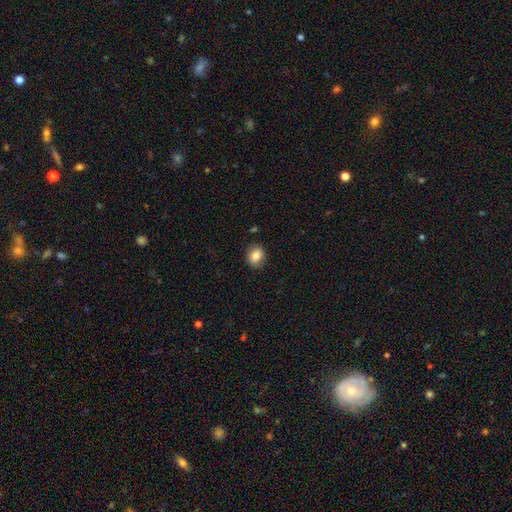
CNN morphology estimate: This appears to be a smooth galaxy with no disk features (84%) that is round (60%). Merging: none (84%).